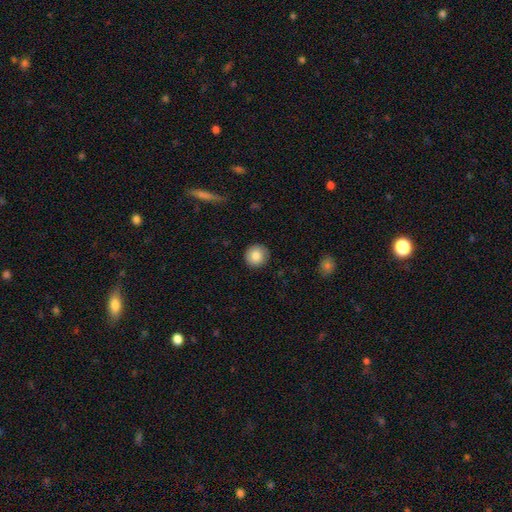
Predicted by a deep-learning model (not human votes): smooth-or-featured: smooth: 83% | featured or disk: 9% | star or artifact: 8%
  how-rounded: round: 93% | in between: 6% | cigar-shaped: 1%
  merging: none: 90% | minor disturbance: 7% | major disturbance: 2% | merger: 1%